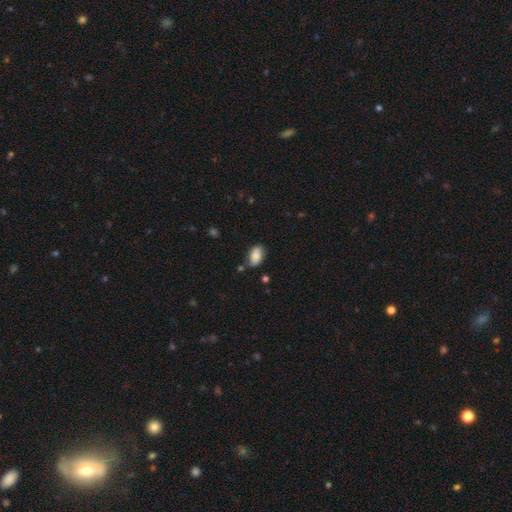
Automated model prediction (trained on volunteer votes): Morphology: type=smooth (81%); roundness=in between (91%); merging=none (68%).